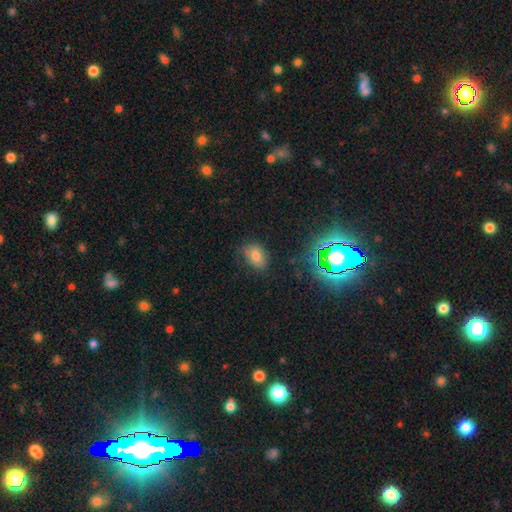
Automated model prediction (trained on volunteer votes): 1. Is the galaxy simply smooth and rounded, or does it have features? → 72% smooth, 18% star or artifact, 9% featured or disk.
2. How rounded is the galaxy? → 81% in between, 18% round, 1% cigar-shaped.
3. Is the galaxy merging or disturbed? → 71% none, 21% minor disturbance, 5% major disturbance, 2% merger.